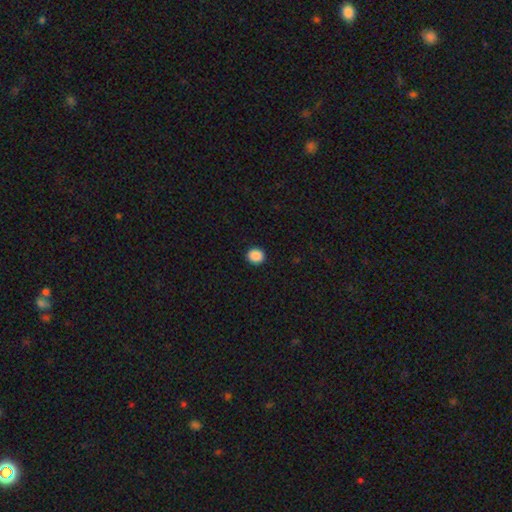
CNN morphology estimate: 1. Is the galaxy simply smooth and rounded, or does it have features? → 89% smooth, 9% star or artifact, 2% featured or disk.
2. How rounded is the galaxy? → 87% round, 12% in between, 1% cigar-shaped.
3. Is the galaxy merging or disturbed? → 92% none, 5% minor disturbance, 2% major disturbance, 1% merger.